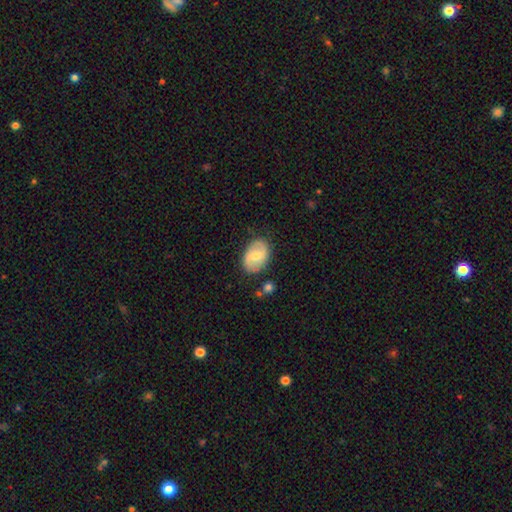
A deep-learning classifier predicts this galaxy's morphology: Q: Smooth or featured?
A: smooth (54%); runner-up: featured or disk (39%)
Q: How rounded?
A: in between (83%); runner-up: round (16%)
Q: Merging?
A: none (79%); runner-up: minor disturbance (15%)